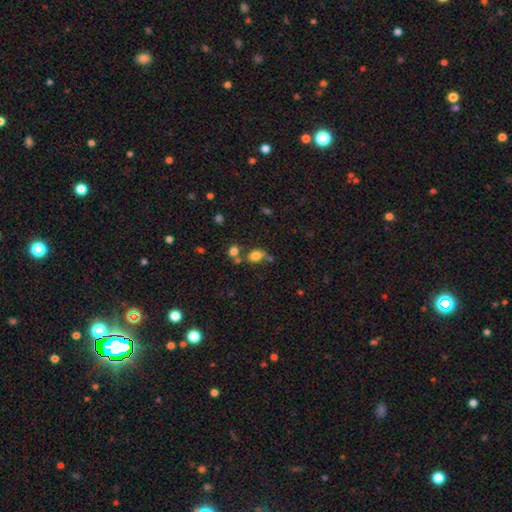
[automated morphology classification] Smooth or featured?
  - smooth: 77% *
  - star or artifact: 13%
  - featured or disk: 10%
How rounded?
  - in between: 57% *
  - round: 42%
  - cigar-shaped: 2%
Merging?
  - none: 49% *
  - merger: 28%
  - minor disturbance: 16%
  - major disturbance: 7%